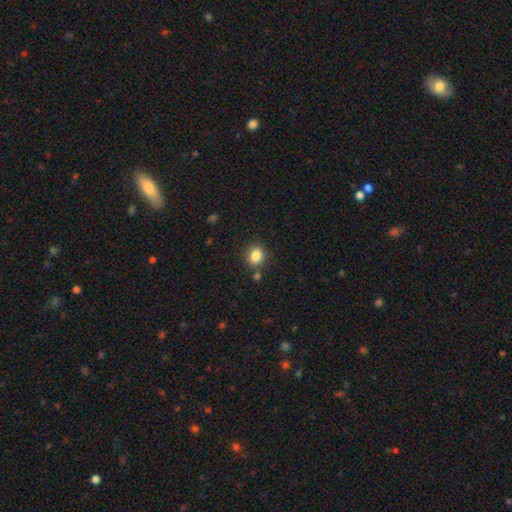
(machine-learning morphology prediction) smooth-or-featured: smooth: 85% | star or artifact: 10% | featured or disk: 5%
  how-rounded: round: 64% | in between: 35% | cigar-shaped: 1%
  merging: none: 80% | minor disturbance: 11% | merger: 7% | major disturbance: 3%